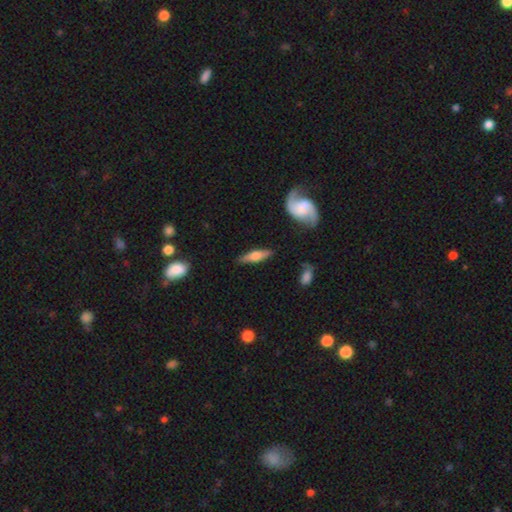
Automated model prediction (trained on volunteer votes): smooth-or-featured: featured or disk: 55% | smooth: 39% | star or artifact: 6%
  disk-edge-on: yes: 88% | no: 12%
  merging: none: 84% | minor disturbance: 12% | major disturbance: 3% | merger: 2%